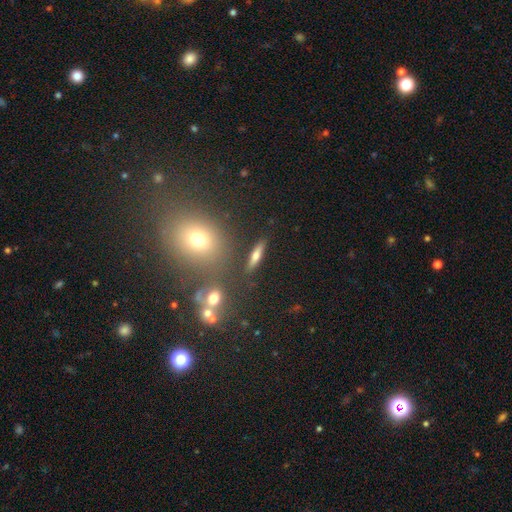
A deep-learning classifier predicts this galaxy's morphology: Overall: smooth (53%; featured or disk 37%). How rounded: cigar-shaped (71%). Merging: none (84%).